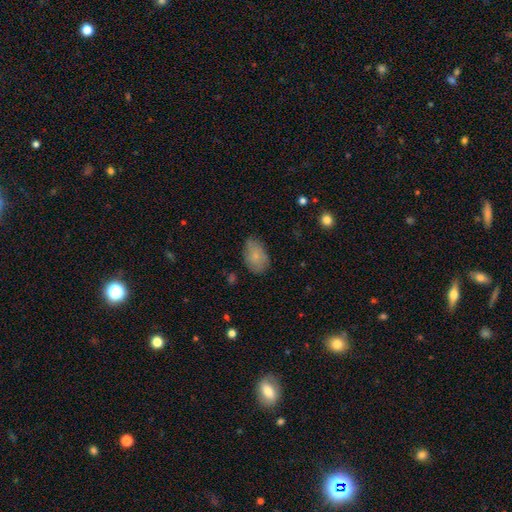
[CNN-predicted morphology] Smooth or featured? Predicted: smooth (p=0.79). How rounded? Predicted: in between (p=0.88). Merging? Predicted: none (p=0.72).